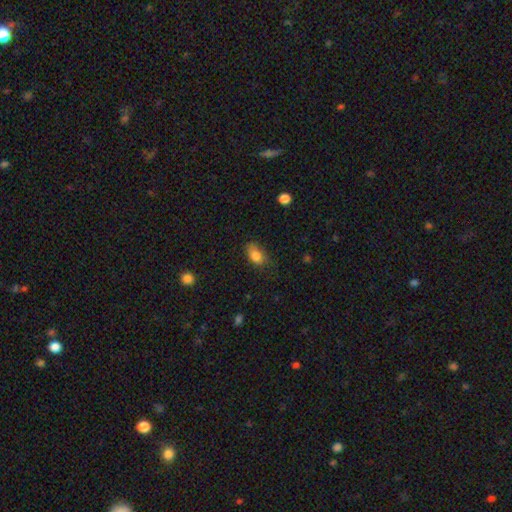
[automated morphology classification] smooth-or-featured: smooth: 82% | star or artifact: 9% | featured or disk: 9%
  how-rounded: in between: 85% | round: 12% | cigar-shaped: 3%
  merging: none: 61% | minor disturbance: 29% | major disturbance: 8% | merger: 2%